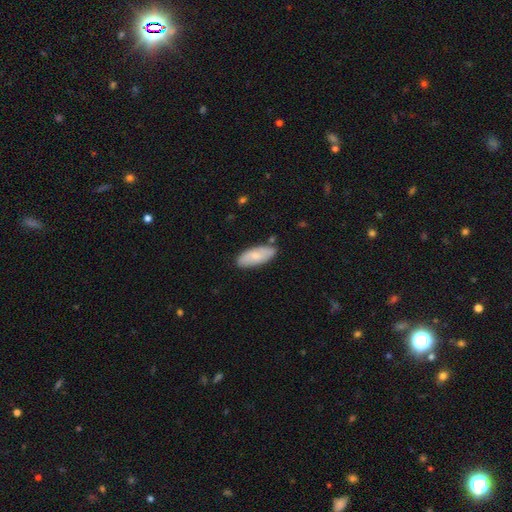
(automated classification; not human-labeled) A smooth galaxy with no disk features (71%) that is in between round and cigar-shaped (83%). Merging: none (79%).